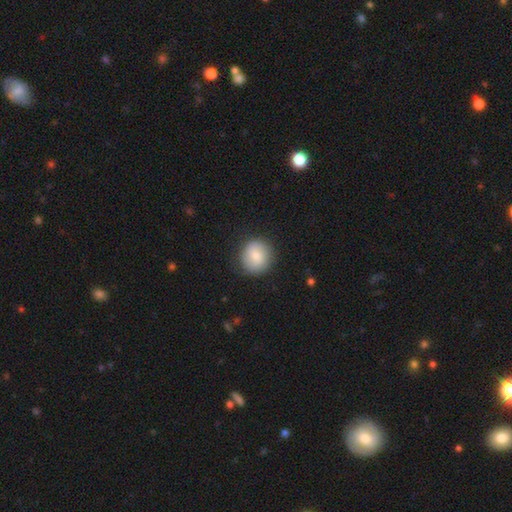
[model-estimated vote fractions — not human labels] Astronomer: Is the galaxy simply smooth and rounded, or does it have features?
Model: smooth — 81%.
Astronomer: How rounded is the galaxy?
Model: round — 90%.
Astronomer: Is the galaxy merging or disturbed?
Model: none — 85%.